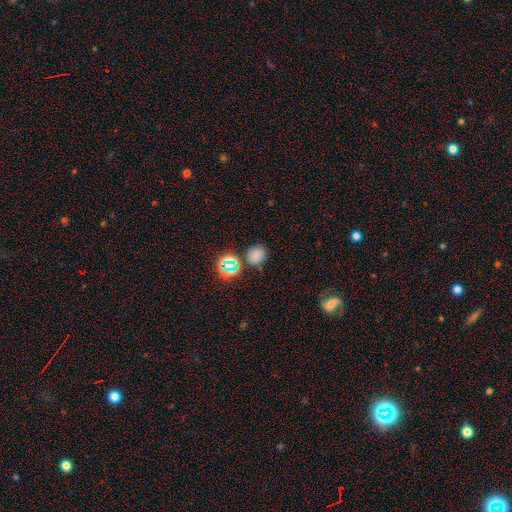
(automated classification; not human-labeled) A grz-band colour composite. It shows a smooth galaxy with no disk features (69%) that is round (65%). Merging: none (75%).